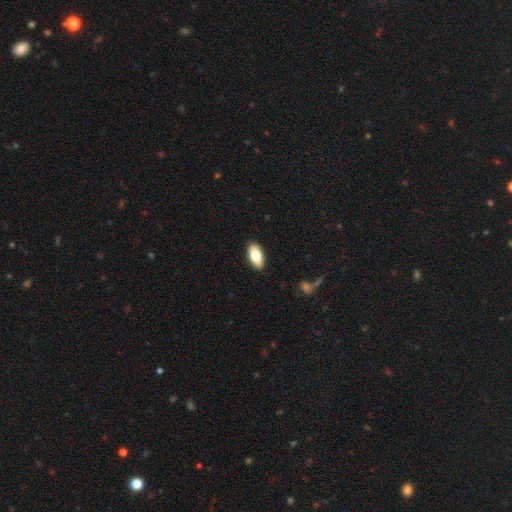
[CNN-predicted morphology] type=smooth (74%); roundness=in between (88%); merging=none (89%).